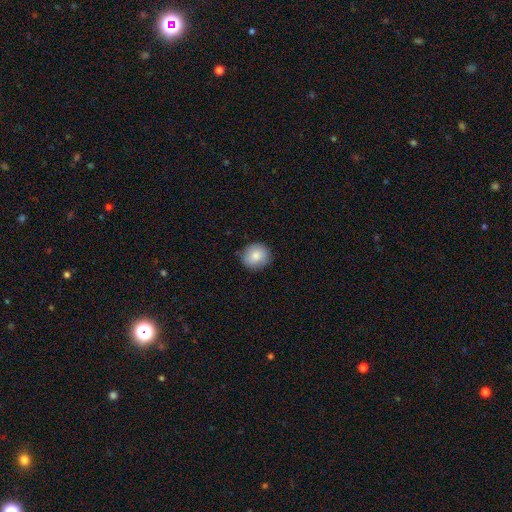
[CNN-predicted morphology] smooth-or-featured: smooth: 84% | featured or disk: 9% | star or artifact: 7%
  how-rounded: round: 83% | in between: 16% | cigar-shaped: 1%
  merging: none: 85% | minor disturbance: 11% | major disturbance: 2% | merger: 1%